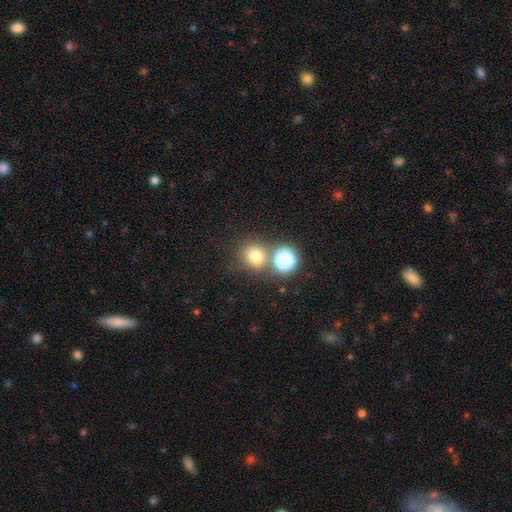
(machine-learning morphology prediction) A smooth galaxy with no disk features (72%) that is round (84%). Merging: none (64%).